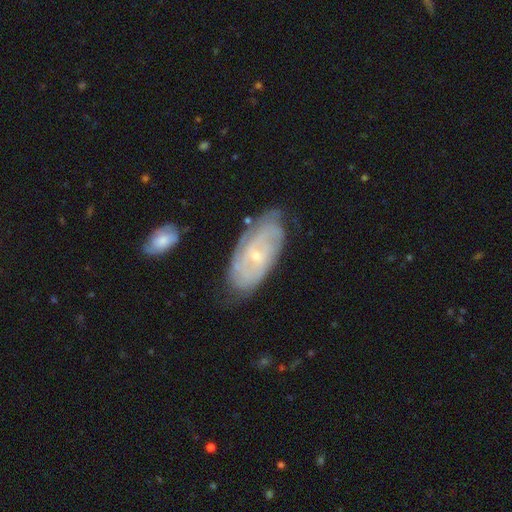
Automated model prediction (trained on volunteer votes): This appears to be a featured or disk galaxy (77%) with no bar (63%), tight (68%) spiral arms (91%) and a small central bulge (79%). Merging: none (70%).